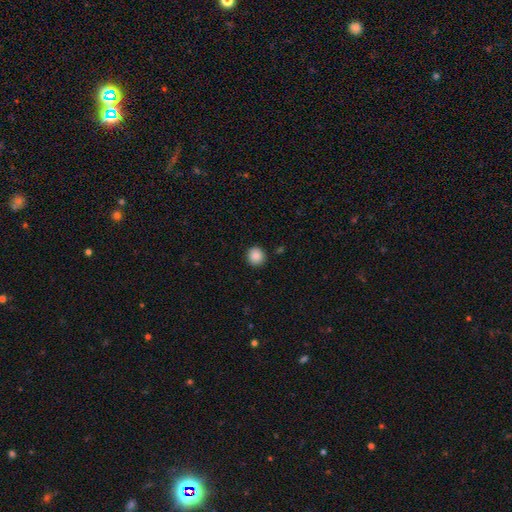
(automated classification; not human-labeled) Q: Smooth or featured?
A: smooth (88%); runner-up: star or artifact (9%)
Q: How rounded?
A: round (91%); runner-up: in between (8%)
Q: Merging?
A: none (90%); runner-up: minor disturbance (6%)